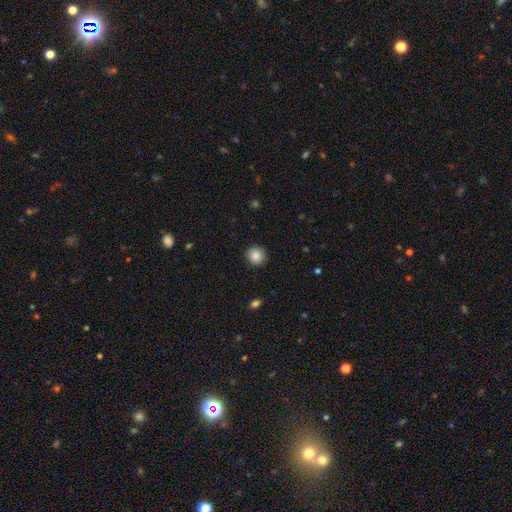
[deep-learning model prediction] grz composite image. It shows a smooth galaxy with no disk features (86%) that is round (91%). Merging: none (90%).